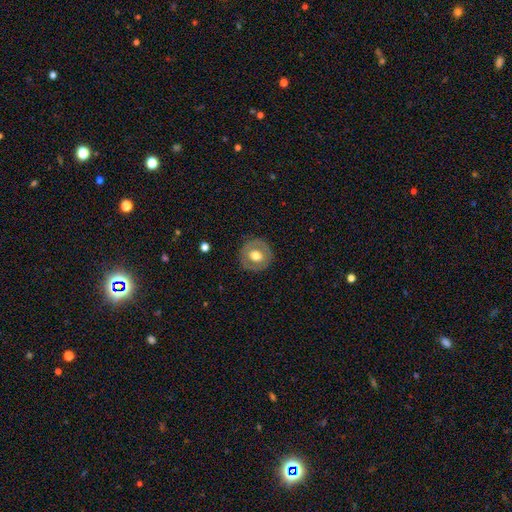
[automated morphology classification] This appears to be a smooth galaxy with no disk features (52%) that is round (88%). Merging: none (85%).